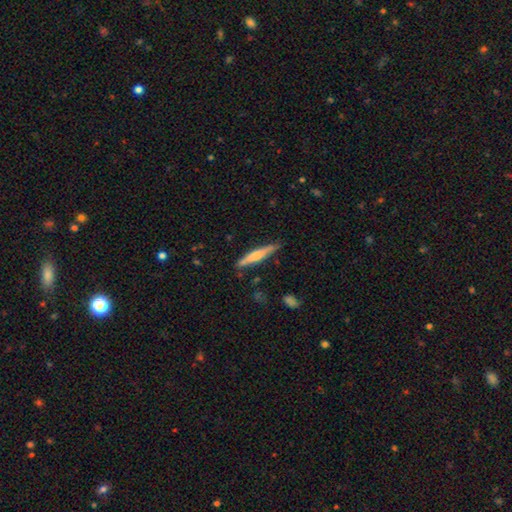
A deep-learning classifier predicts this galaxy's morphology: type=smooth (50%); roundness=cigar-shaped (91%); merging=none (82%).